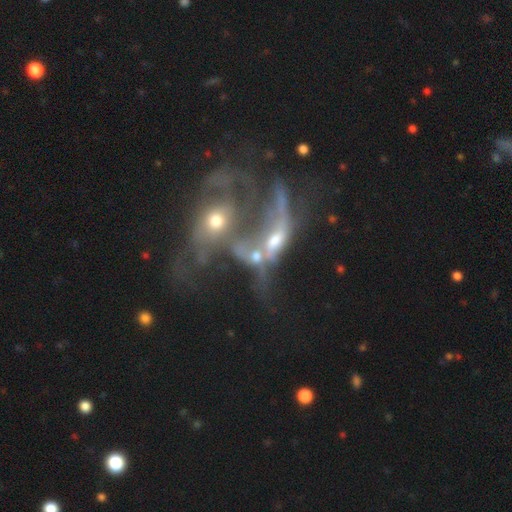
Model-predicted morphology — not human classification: Q: Smooth or featured?
A: featured or disk (50%); runner-up: smooth (32%)
Q: Edge-on disk?
A: no (83%); runner-up: yes (17%)
Q: Merging?
A: merger (70%); runner-up: major disturbance (14%)